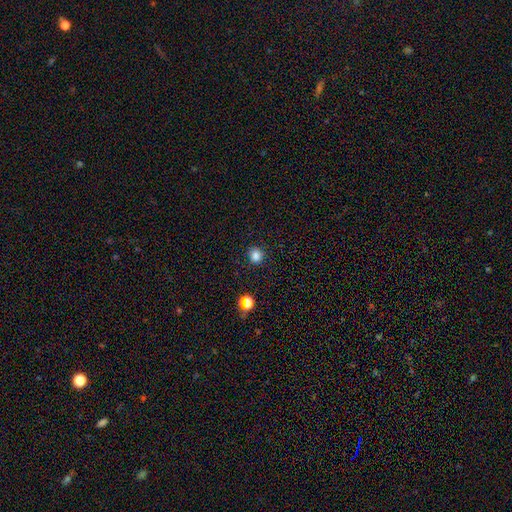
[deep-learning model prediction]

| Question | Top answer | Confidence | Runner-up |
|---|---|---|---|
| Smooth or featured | smooth | 83% | star or artifact (13%) |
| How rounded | round | 87% | in between (12%) |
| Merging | none | 89% | minor disturbance (7%) |